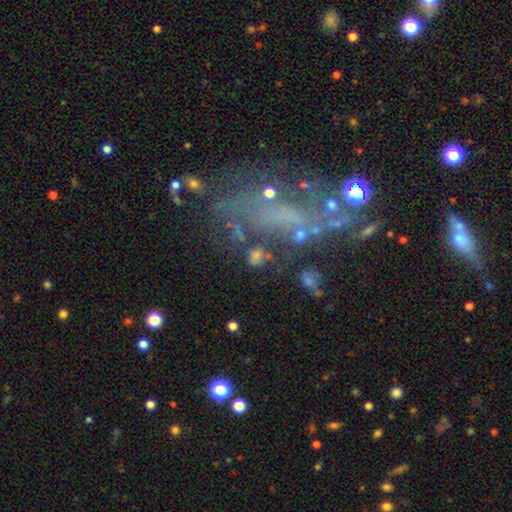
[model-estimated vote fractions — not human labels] This is possibly a smooth galaxy (53%). How rounded: possibly round (49%). Merging: possibly none (55%).